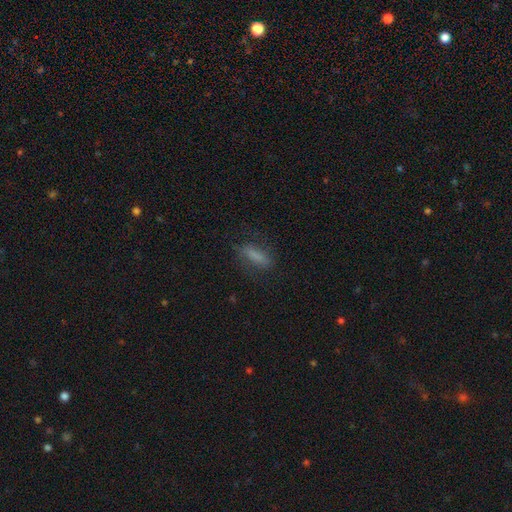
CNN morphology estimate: type=smooth (73%); roundness=cigar-shaped (50%); merging=none (74%).